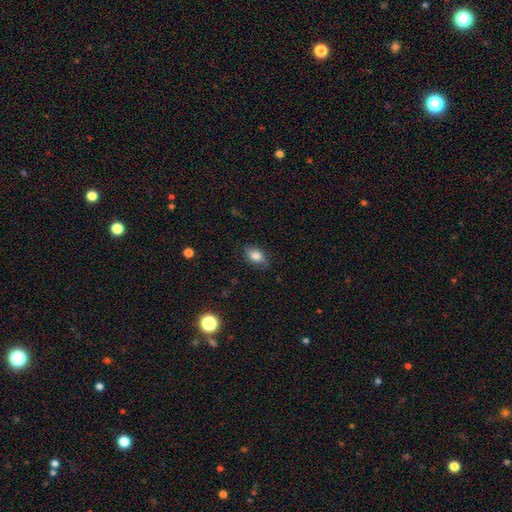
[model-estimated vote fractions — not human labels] smooth-or-featured: smooth: 82% | featured or disk: 10% | star or artifact: 8%
  how-rounded: in between: 85% | round: 13% | cigar-shaped: 2%
  merging: none: 77% | minor disturbance: 18% | major disturbance: 4% | merger: 1%